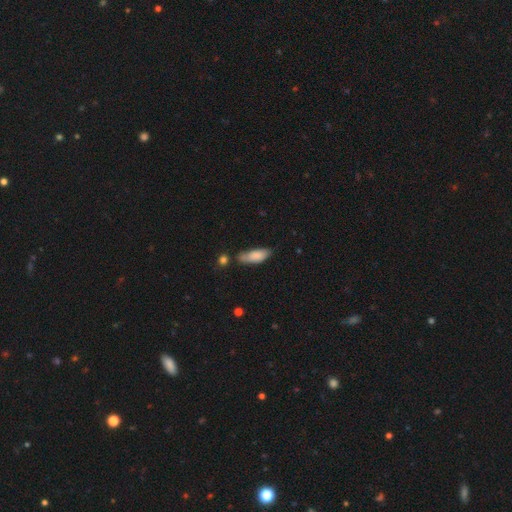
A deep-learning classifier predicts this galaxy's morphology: Overall: smooth (81%). How rounded: in between (71%). Merging: none (53%; minor disturbance 30%).